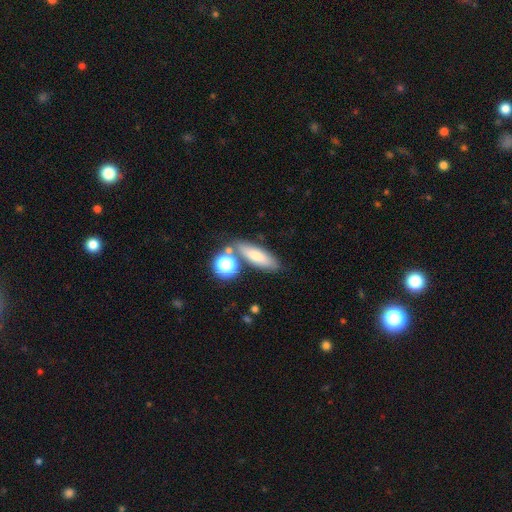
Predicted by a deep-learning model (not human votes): smooth_or_featured: smooth (p=0.68) [alt: featured or disk p=0.21]
how_rounded: in between (p=0.48) [alt: cigar-shaped p=0.44]
merging: none (p=0.69) [alt: merger p=0.14]